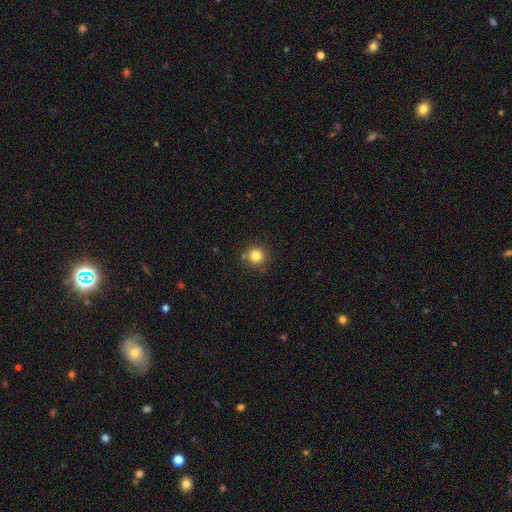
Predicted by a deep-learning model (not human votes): Overall: smooth (83%). How rounded: round (94%). Merging: none (81%).